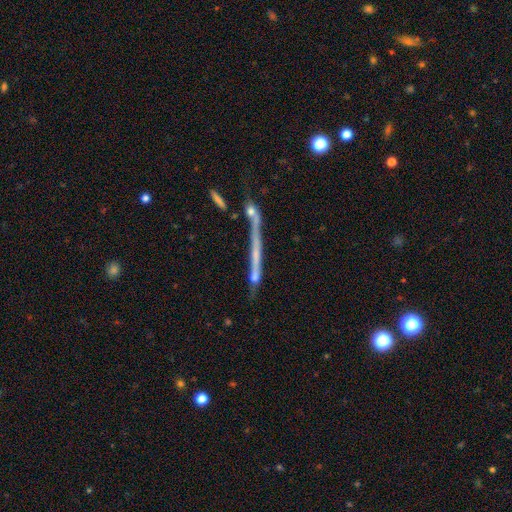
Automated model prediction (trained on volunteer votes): Smooth or featured: featured or disk — 61% (smooth — 27%)
Edge-on disk: yes — 88% (no — 12%)
Edge-on bulge: none — 76% (rounded — 16%)
Merging: none — 49% (merger — 25%)